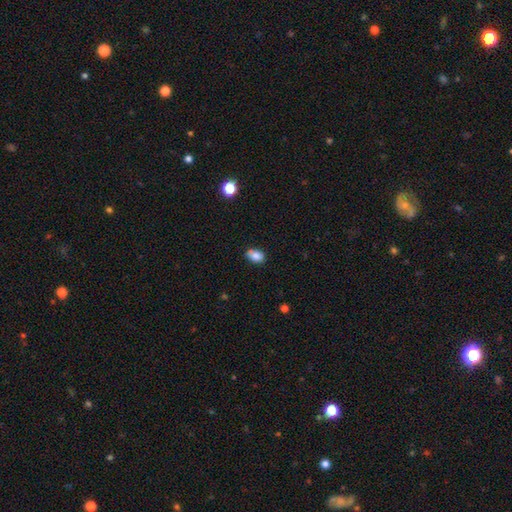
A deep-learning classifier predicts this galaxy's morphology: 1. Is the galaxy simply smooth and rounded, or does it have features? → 85% smooth, 9% star or artifact, 7% featured or disk.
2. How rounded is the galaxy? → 84% in between, 14% round, 1% cigar-shaped.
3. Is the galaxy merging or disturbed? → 75% none, 18% minor disturbance, 3% merger, 3% major disturbance.